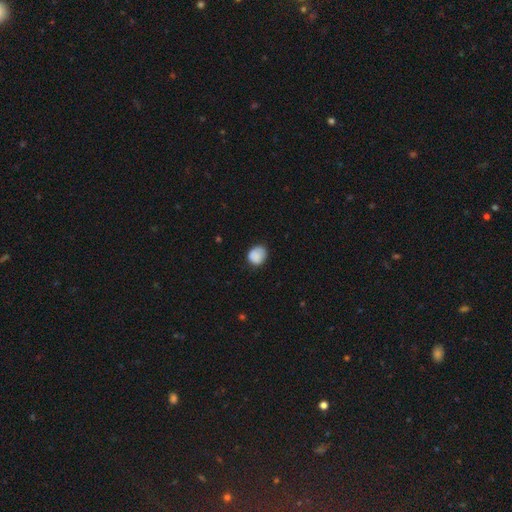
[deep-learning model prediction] A smooth galaxy with no disk features (86%) that is round (70%). Merging: none (73%).